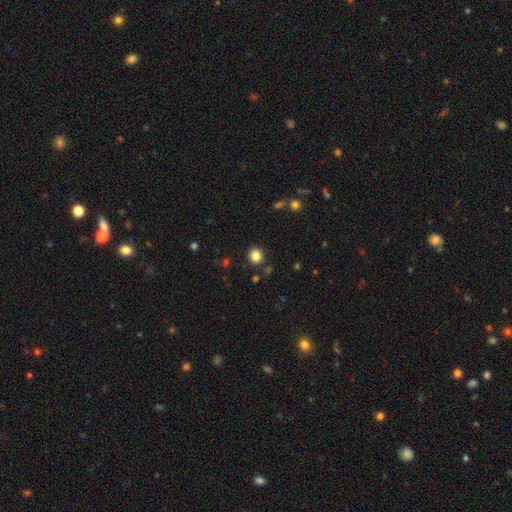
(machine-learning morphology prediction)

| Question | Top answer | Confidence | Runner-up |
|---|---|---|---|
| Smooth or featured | smooth | 85% | star or artifact (11%) |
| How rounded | round | 74% | in between (25%) |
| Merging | none | 89% | minor disturbance (7%) |